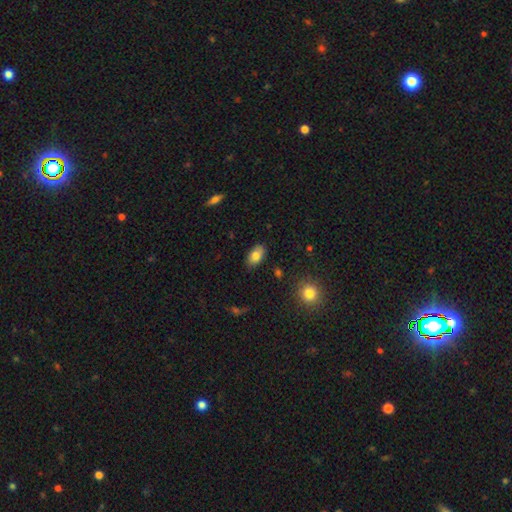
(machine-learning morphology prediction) A smooth galaxy with no disk features (81%) that is in between round and cigar-shaped (92%).

Vote fractions:
- Smooth or featured? smooth: 81% / featured or disk: 11% / star or artifact: 8%
- How rounded? in between: 92% / round: 5% / cigar-shaped: 3%
- Merging? none: 86% / minor disturbance: 10% / major disturbance: 2% / merger: 1%